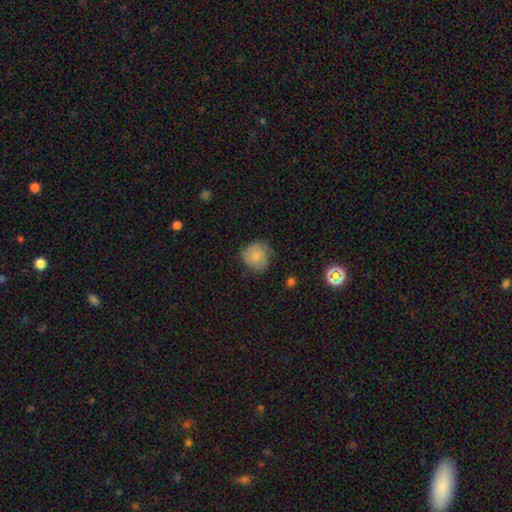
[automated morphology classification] type=smooth (64%); roundness=round (83%); merging=none (67%).